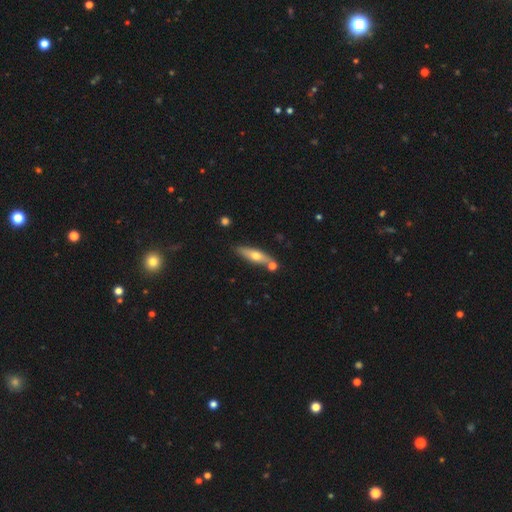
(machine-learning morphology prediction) smooth_or_featured: smooth (p=0.55) [alt: featured or disk p=0.39]
how_rounded: cigar-shaped (p=0.64) [alt: in between p=0.34]
merging: none (p=0.72) [alt: merger p=0.13]